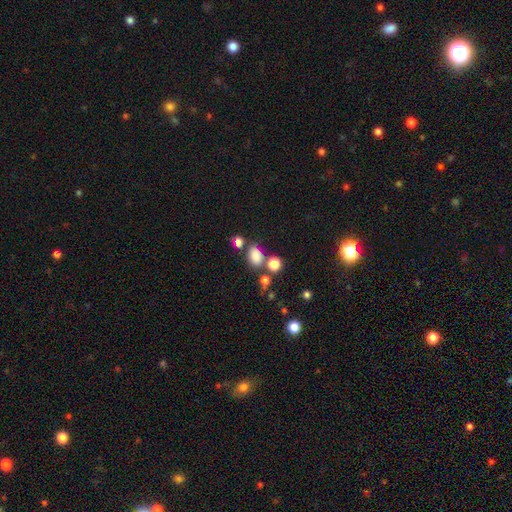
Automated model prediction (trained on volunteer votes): Smooth or featured? smooth (79%)
How rounded? in between (73%)
Merging? none (61%)